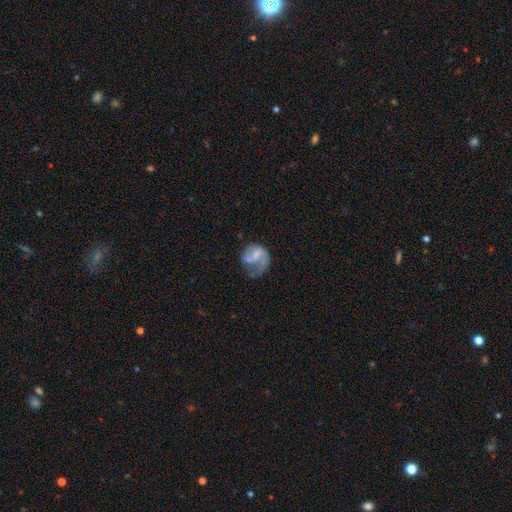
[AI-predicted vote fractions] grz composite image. It shows a featured or disk galaxy (52%) with no bar (52%), spiral arms (61%) and no central bulge (36%). Merging: major disturbance (43%).